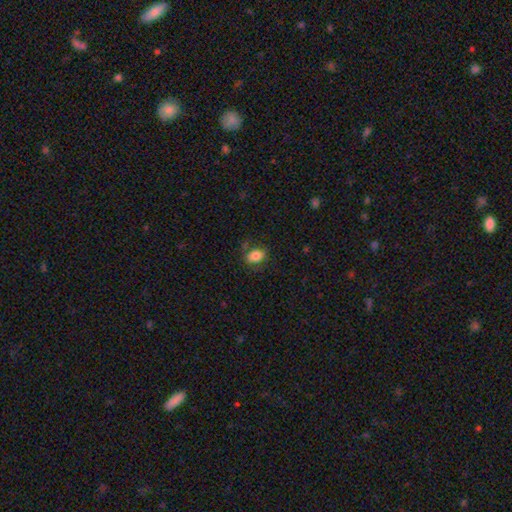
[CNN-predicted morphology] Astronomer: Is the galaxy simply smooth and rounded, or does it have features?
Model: smooth — 82%.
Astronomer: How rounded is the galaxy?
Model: in between — 84%.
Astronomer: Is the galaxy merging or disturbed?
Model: none — 75%.